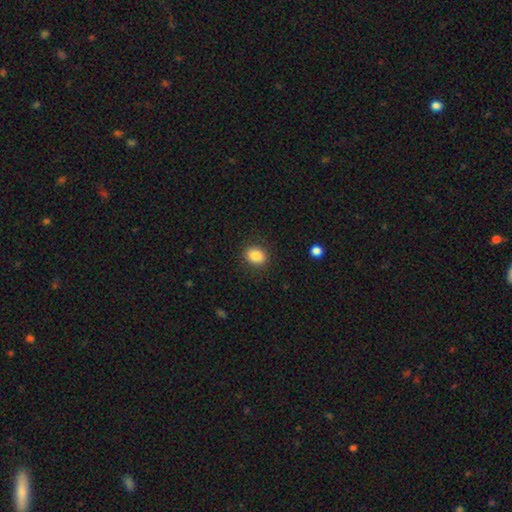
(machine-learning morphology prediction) Overall: smooth (86%). How rounded: round (52%; in between 47%). Merging: none (88%).